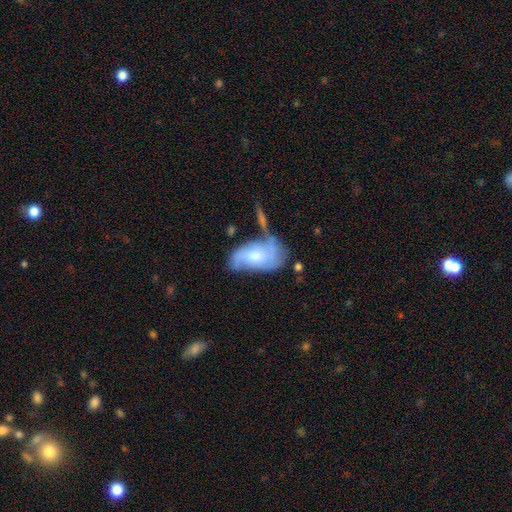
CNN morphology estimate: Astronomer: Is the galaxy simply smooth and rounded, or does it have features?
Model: featured or disk — 61%.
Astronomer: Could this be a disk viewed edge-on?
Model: no — 94%.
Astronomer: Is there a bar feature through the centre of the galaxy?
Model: no — 59% (runner-up: weak, 35%).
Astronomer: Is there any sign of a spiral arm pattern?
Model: yes — 81%.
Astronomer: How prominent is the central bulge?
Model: moderate — 52%.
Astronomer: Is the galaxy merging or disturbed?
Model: none — 37% (runner-up: minor disturbance, 26%).